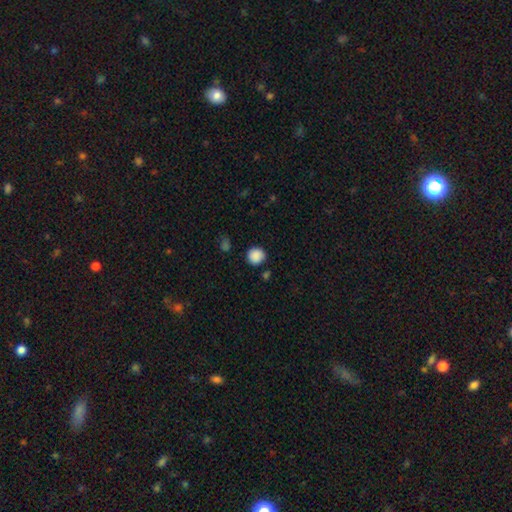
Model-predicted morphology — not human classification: This appears to be a smooth galaxy with no disk features (88%) that is round (92%). Merging: none (86%).